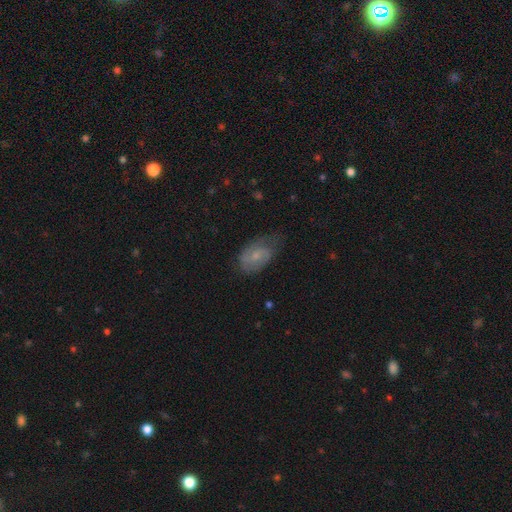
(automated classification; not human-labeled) smooth-or-featured: featured or disk: 46% (tied) | smooth: 46% (tied) | star or artifact: 8%
  merging: none: 49% | minor disturbance: 33% | major disturbance: 16% | merger: 2%